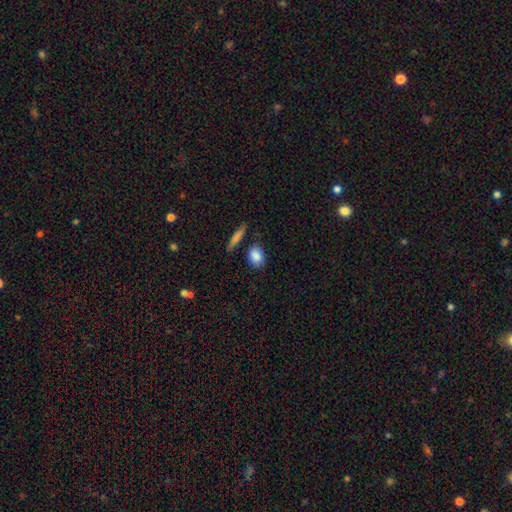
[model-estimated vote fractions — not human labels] Smooth or featured? Predicted: smooth (p=0.86). How rounded? Predicted: in between (p=0.66). Merging? Predicted: none (p=0.74).